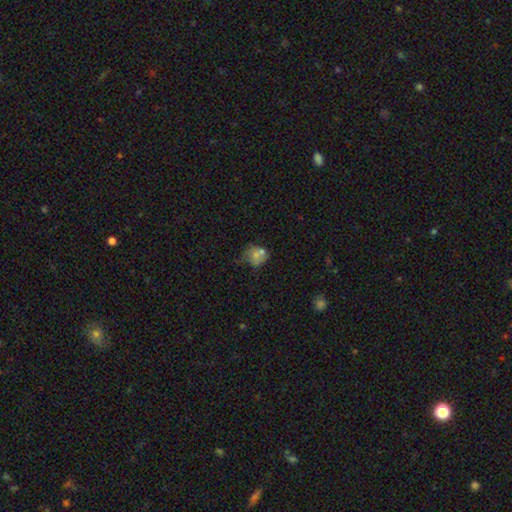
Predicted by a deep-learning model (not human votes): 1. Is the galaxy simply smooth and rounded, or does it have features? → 55% smooth, 24% star or artifact, 21% featured or disk.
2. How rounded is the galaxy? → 70% round, 29% in between, 1% cigar-shaped.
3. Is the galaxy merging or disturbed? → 45% none, 22% minor disturbance, 18% merger, 14% major disturbance.